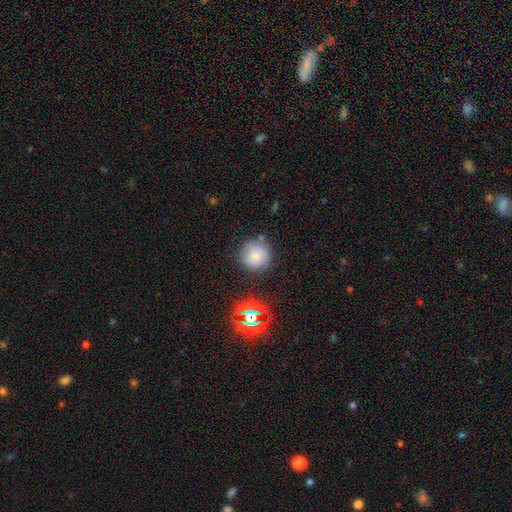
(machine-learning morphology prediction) Smooth or featured? smooth (77%)
How rounded? round (94%)
Merging? none (77%)